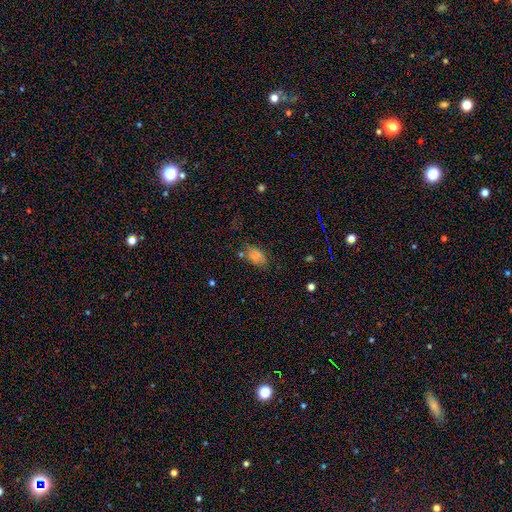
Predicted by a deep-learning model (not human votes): smooth 76%, star or artifact 13%, featured or disk 10%. Down the decision tree: how rounded — in between (87%); merging — none (58%).